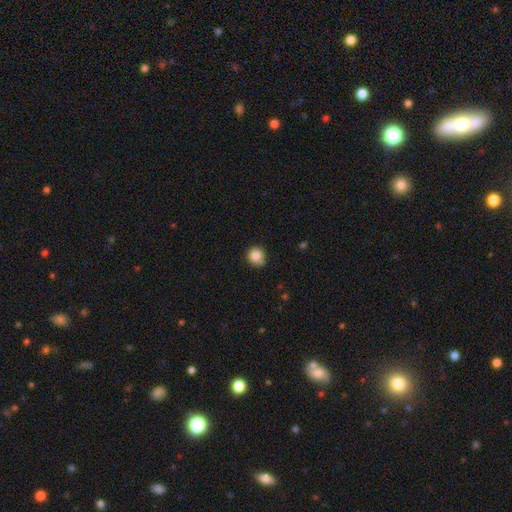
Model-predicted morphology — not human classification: smooth_or_featured: smooth (p=0.84) [alt: star or artifact p=0.10]
how_rounded: round (p=0.85) [alt: in between p=0.14]
merging: none (p=0.71) [alt: minor disturbance p=0.24]